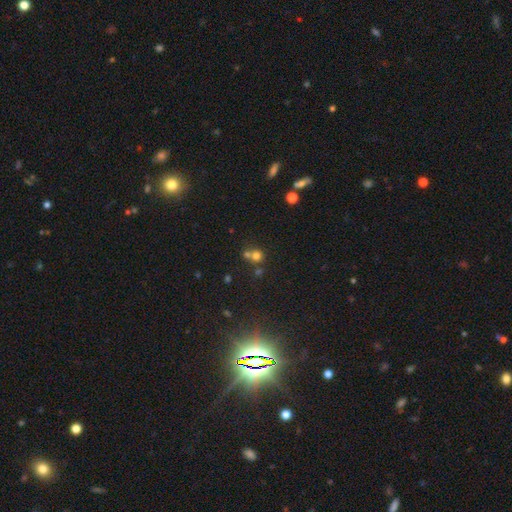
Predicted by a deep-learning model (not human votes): This appears to be a smooth galaxy with no disk features (69%) that is round (87%). Merging: none (47%).